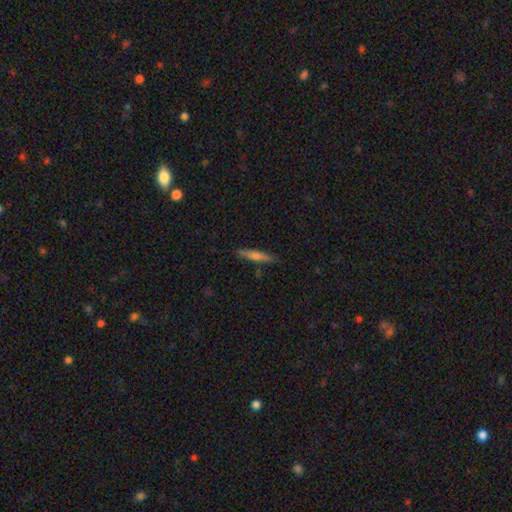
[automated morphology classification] This appears to be a smooth galaxy with no disk features (56%) that is cigar-shaped (90%). Merging: none (87%).